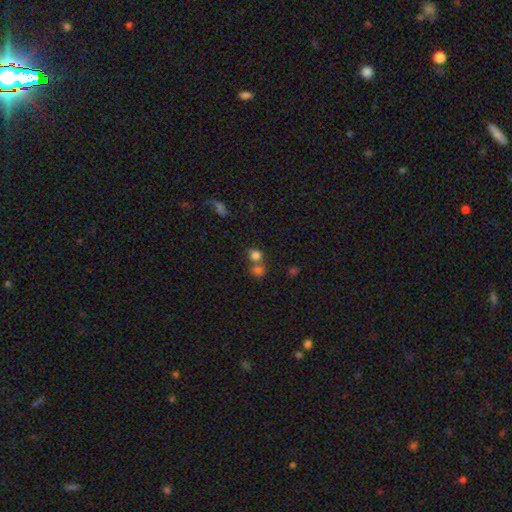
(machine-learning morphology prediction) This appears to be a smooth galaxy with no disk features (78%) that is round (72%). Merging: none (45%).